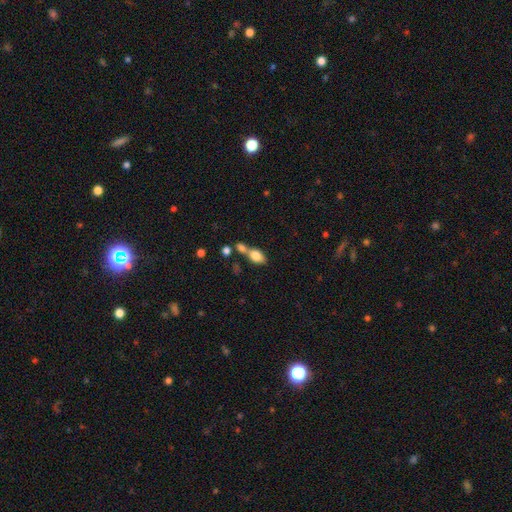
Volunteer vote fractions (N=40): This appears to be a smooth galaxy with no disk features (82%) that is in between round and cigar-shaped (85%). Merging: merger (51%).